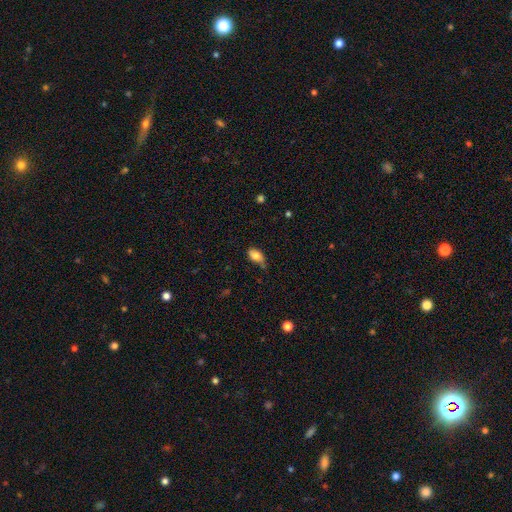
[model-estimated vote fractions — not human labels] A smooth galaxy with no disk features (79%) that is in between round and cigar-shaped (90%).

Vote fractions:
- Smooth or featured? smooth: 79% / featured or disk: 13% / star or artifact: 8%
- How rounded? in between: 90% / round: 7% / cigar-shaped: 4%
- Merging? none: 63% / minor disturbance: 27% / major disturbance: 5% / merger: 4%